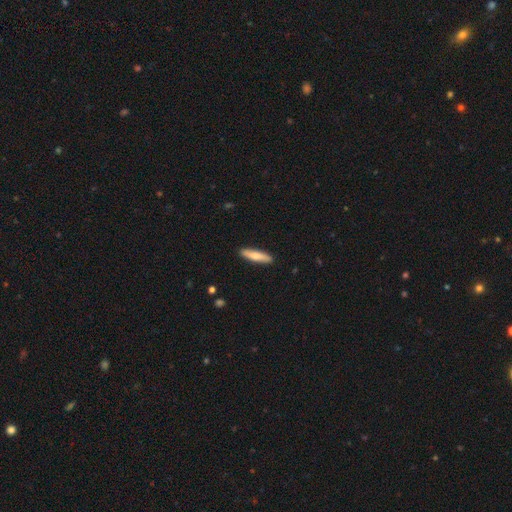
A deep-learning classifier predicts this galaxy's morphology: smooth_or_featured: smooth (p=0.69) [alt: featured or disk p=0.25]
how_rounded: cigar-shaped (p=0.81) [alt: in between p=0.18]
merging: none (p=0.90) [alt: minor disturbance p=0.08]